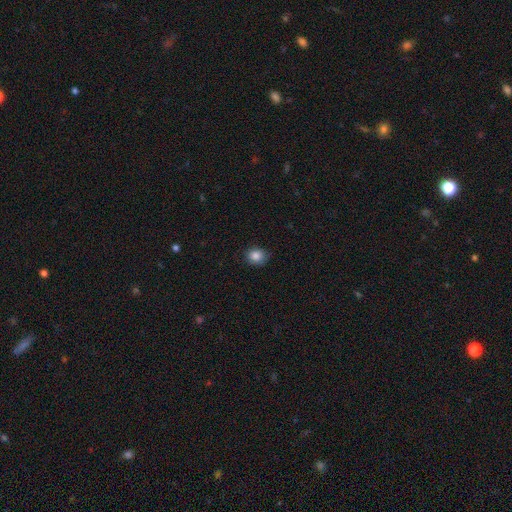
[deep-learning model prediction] Overall: smooth (85%). How rounded: round (67%; in between 32%). Merging: none (81%).